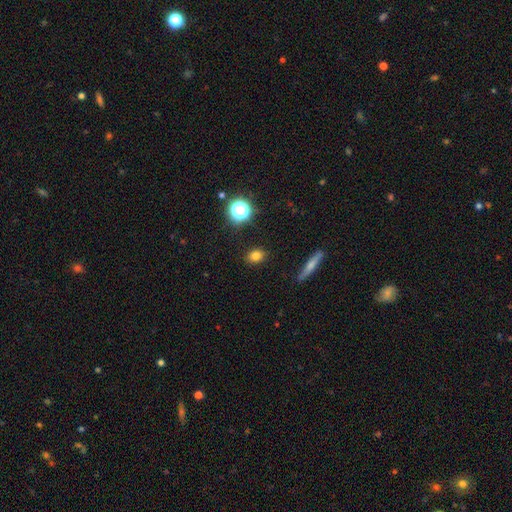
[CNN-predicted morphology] The model was most divided on "how rounded": in between: 49%, round: 48%, cigar-shaped: 3%. More confident: merging — none (87%); smooth or featured — smooth (78%).